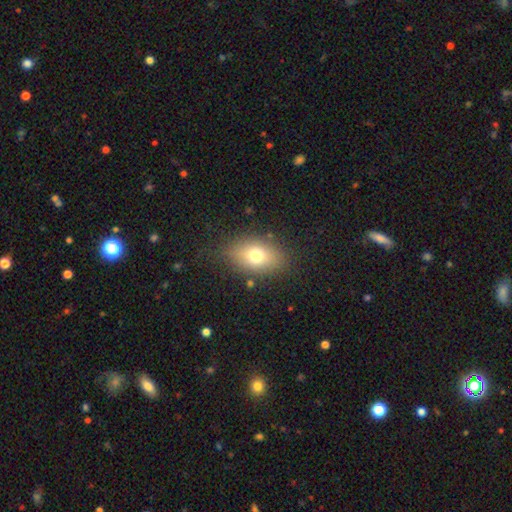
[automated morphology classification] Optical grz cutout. It shows a smooth galaxy with no disk features (72%) that is in between round and cigar-shaped (80%). Merging: none (81%).